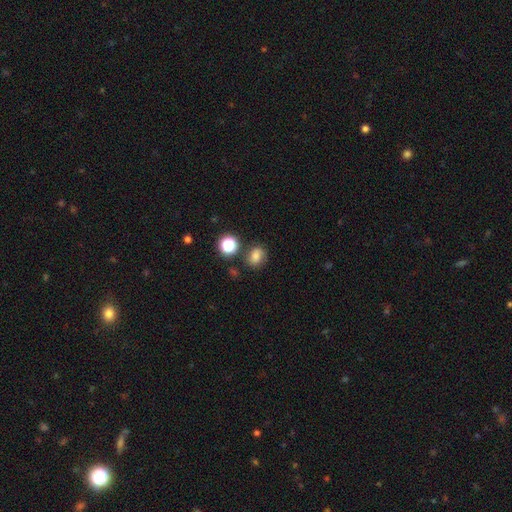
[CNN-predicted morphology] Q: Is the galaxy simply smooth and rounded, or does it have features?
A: smooth — 73%.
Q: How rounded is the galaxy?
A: round — 52%.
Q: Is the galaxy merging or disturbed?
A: none — 74%.